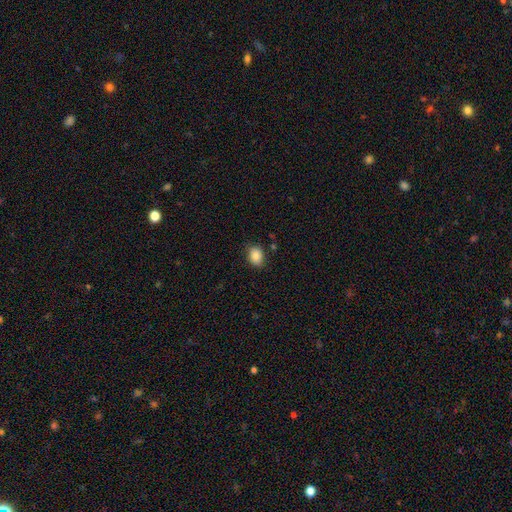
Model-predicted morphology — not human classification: Overall: smooth (85%). How rounded: in between (63%; round 36%). Merging: none (82%).